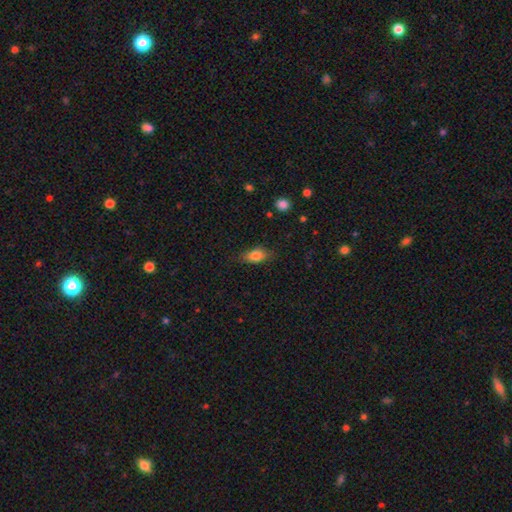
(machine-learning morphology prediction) This appears to be a smooth galaxy with no disk features (80%) that is in between round and cigar-shaped (81%). Merging: none (78%).